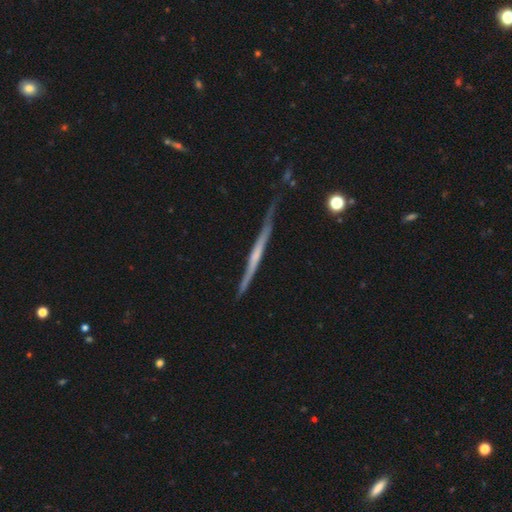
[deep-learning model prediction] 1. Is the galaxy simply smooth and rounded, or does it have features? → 67% featured or disk, 27% smooth, 6% star or artifact.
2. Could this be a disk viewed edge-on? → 97% yes, 3% no.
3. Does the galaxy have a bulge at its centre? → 70% none, 21% rounded, 9% boxy.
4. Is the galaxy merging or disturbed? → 72% none, 22% minor disturbance, 5% major disturbance, 2% merger.